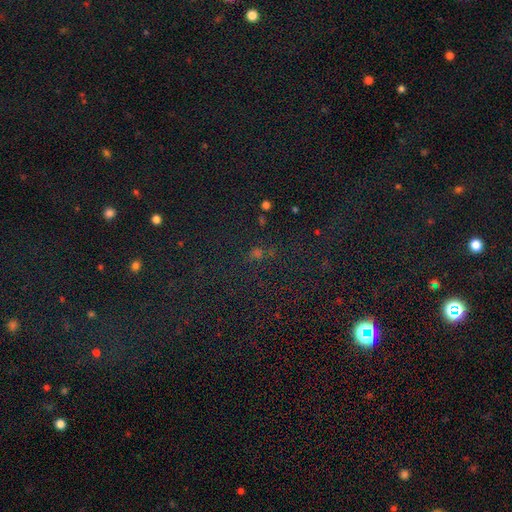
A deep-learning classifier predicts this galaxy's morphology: Smooth or featured: star or artifact — 68% (smooth — 23%)